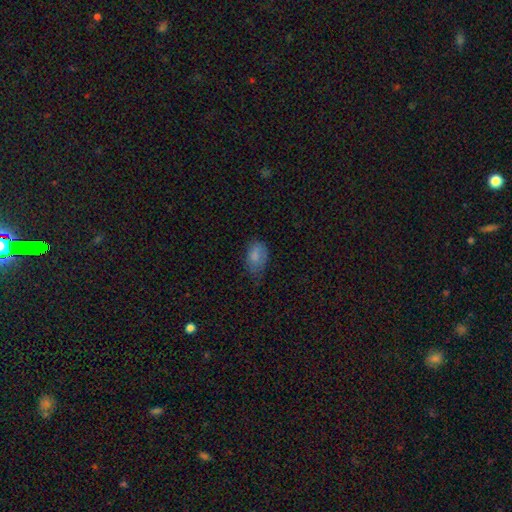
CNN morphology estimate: Overall: smooth (80%). How rounded: in between (89%). Merging: none (48%; minor disturbance 38%).